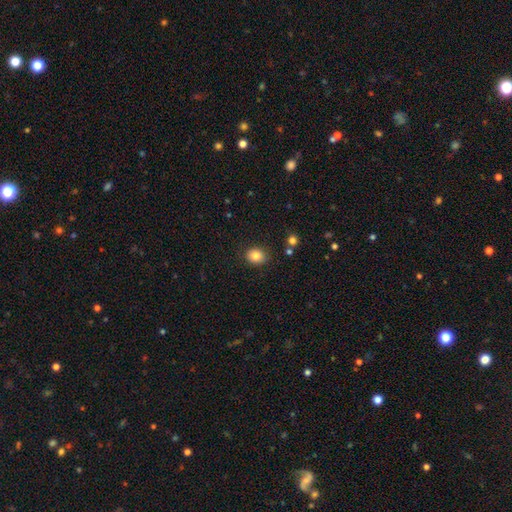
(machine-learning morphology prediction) A smooth galaxy with no disk features (84%) that is round (61%). Merging: none (87%).